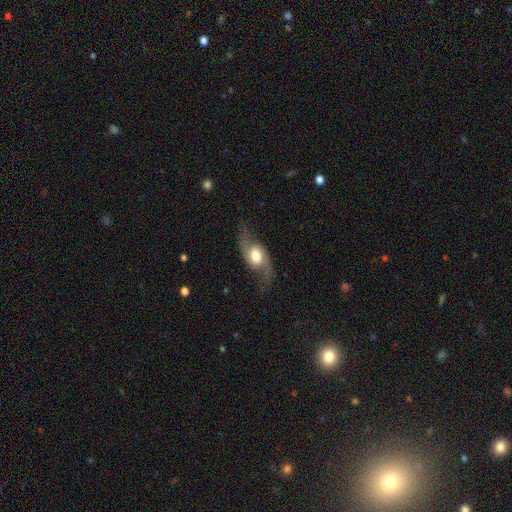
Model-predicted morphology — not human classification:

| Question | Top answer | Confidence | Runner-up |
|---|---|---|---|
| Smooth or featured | featured or disk | 79% | smooth (15%) |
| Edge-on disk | no | 92% | yes (8%) |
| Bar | no | 55% | weak (35%) |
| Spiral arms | yes | 93% | no (7%) |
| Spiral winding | loose | 72% | medium (23%) |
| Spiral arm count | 2 | 93% | can't tell (2%) |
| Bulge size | moderate | 57% | large (30%) |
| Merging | none | 72% | minor disturbance (16%) |